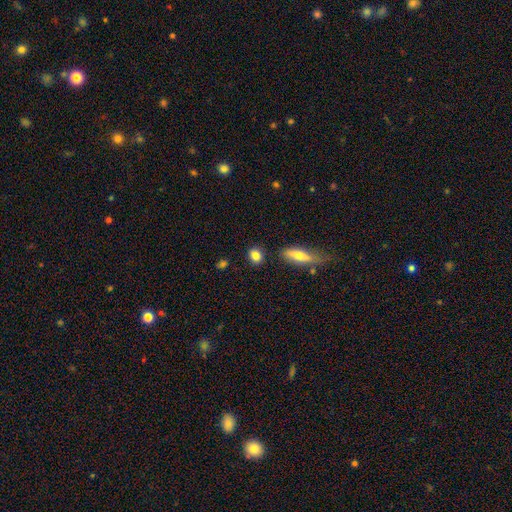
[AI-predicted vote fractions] This is clearly a smooth galaxy (84%). How rounded: possibly round (54%). Merging: clearly none (84%).